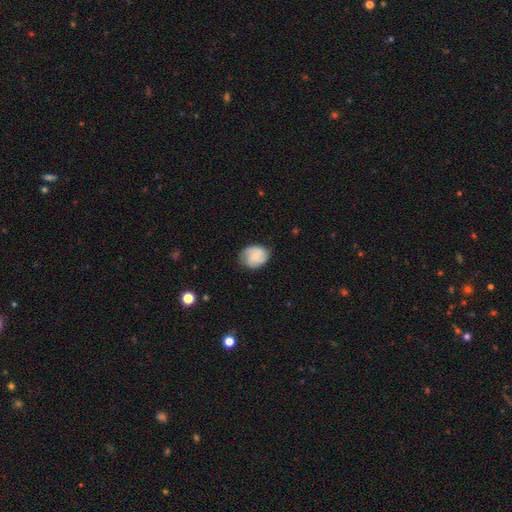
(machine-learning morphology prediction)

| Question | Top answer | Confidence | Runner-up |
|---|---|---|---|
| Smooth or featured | smooth | 56% | featured or disk (37%) |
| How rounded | round | 56% | in between (43%) |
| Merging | none | 66% | minor disturbance (26%) |